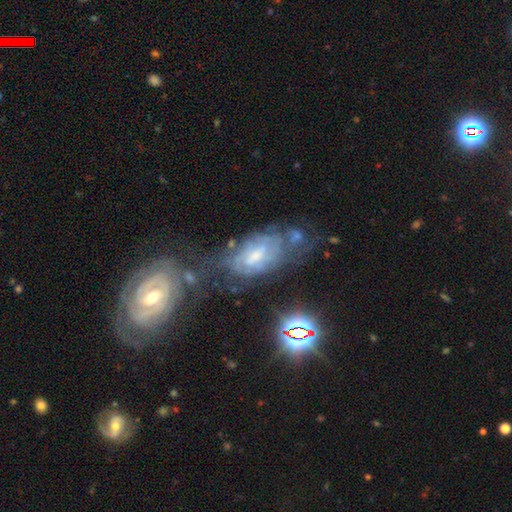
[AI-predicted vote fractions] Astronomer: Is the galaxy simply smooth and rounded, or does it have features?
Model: featured or disk — 69%.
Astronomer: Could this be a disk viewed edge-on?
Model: no — 93%.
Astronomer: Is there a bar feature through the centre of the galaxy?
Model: weak — 49% (runner-up: no, 34%).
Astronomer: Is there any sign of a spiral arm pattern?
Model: yes — 77%.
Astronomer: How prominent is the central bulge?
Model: small — 41% (runner-up: moderate, 38%).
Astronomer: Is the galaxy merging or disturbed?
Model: none — 41% (runner-up: minor disturbance, 23%).